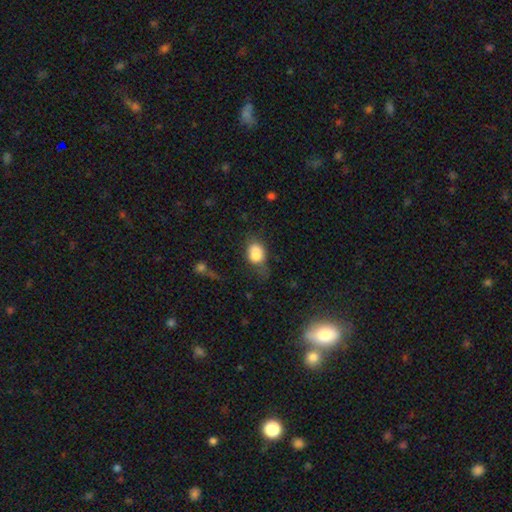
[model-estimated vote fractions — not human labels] Morphology: type=smooth (79%); roundness=in between (69%); merging=none (37%).